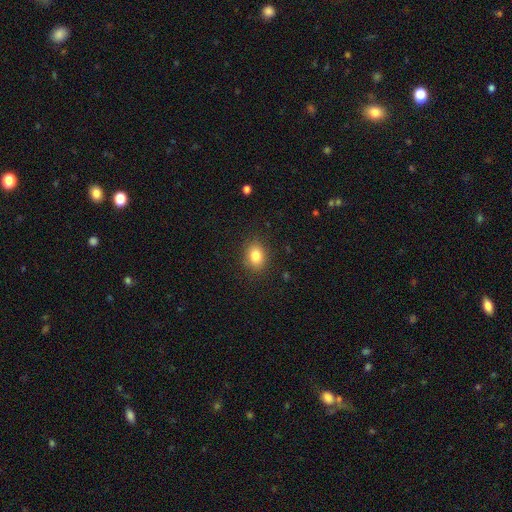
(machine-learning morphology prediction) smooth 83%, star or artifact 10%, featured or disk 7%. Down the decision tree: how rounded — in between (57%); merging — none (86%).